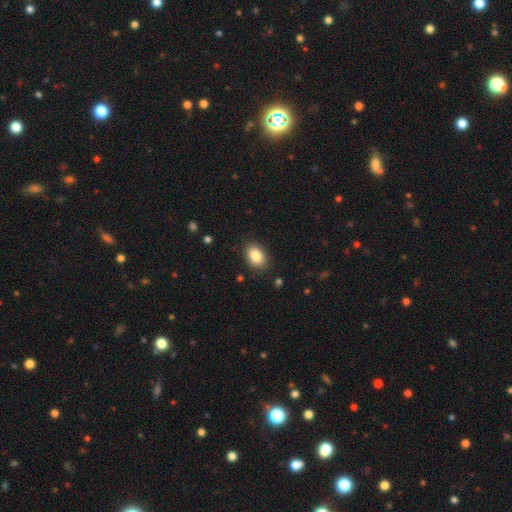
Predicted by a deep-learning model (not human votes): smooth 86%, star or artifact 8%, featured or disk 6%. Down the decision tree: how rounded — in between (83%); merging — none (87%).